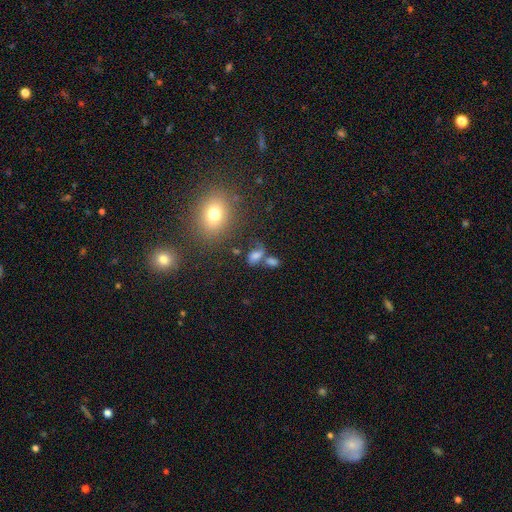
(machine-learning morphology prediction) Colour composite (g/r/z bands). It shows a smooth galaxy with no disk features (64%) that is in between round and cigar-shaped (79%). Merging: none (40%).